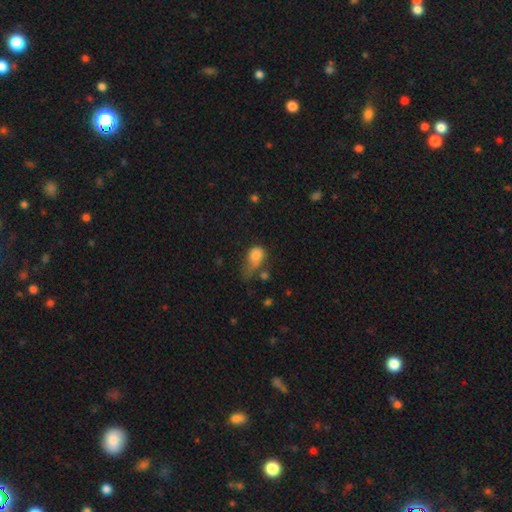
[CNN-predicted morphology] smooth-or-featured: smooth: 77% | featured or disk: 13% | star or artifact: 10%
  how-rounded: in between: 66% | round: 32% | cigar-shaped: 3%
  merging: major disturbance: 41% | minor disturbance: 27% | none: 20% | merger: 12%